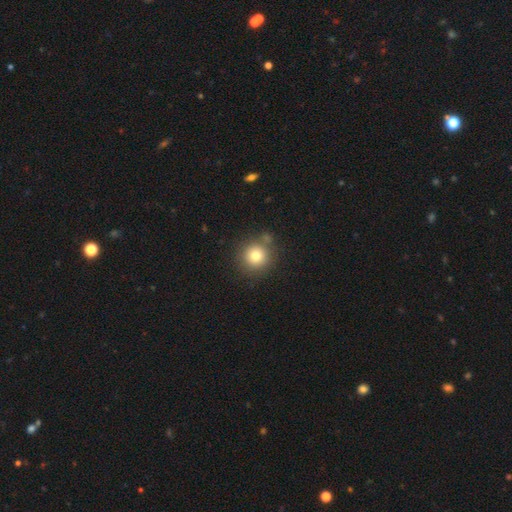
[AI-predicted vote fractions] Smooth or featured? smooth (78%)
How rounded? round (93%)
Merging? none (77%)